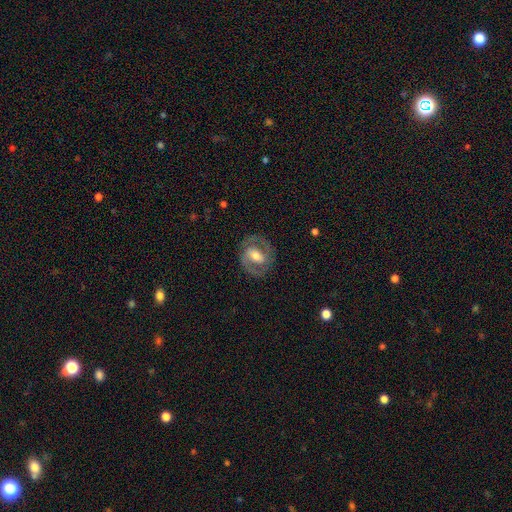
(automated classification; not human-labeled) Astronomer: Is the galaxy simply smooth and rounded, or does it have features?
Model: featured or disk — 76%.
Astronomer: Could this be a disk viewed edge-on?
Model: no — 96%.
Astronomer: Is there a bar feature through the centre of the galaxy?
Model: weak — 40% (runner-up: strong, 38%).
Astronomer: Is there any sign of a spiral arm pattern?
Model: yes — 81%.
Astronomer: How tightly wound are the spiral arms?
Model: medium — 49% (runner-up: tight, 38%).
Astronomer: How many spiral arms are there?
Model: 2 — 87%.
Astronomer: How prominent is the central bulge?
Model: moderate — 65%.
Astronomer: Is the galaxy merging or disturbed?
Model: none — 81%.